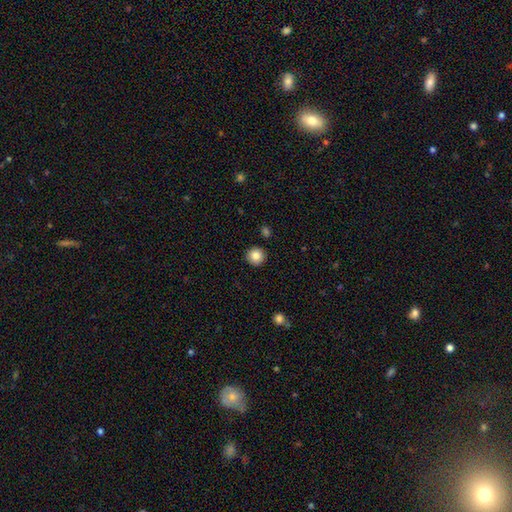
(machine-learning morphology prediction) Smooth or featured: smooth — 85% (star or artifact — 10%)
How rounded: round — 94% (in between — 5%)
Merging: none — 92% (minor disturbance — 5%)